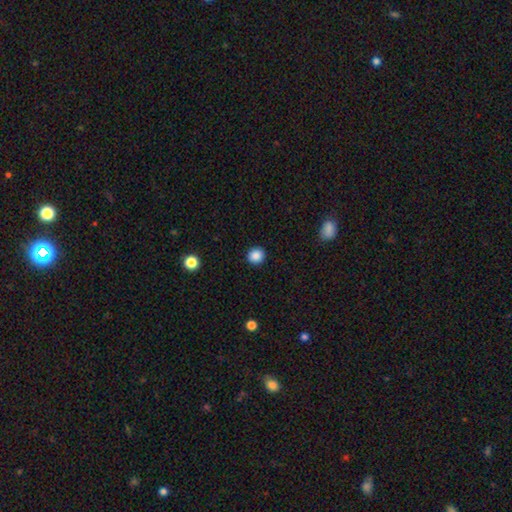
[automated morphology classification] Smooth or featured?
  - smooth: 87% *
  - star or artifact: 10%
  - featured or disk: 3%
How rounded?
  - round: 90% *
  - in between: 9%
  - cigar-shaped: 1%
Merging?
  - none: 92% *
  - minor disturbance: 5%
  - major disturbance: 2%
  - merger: 1%